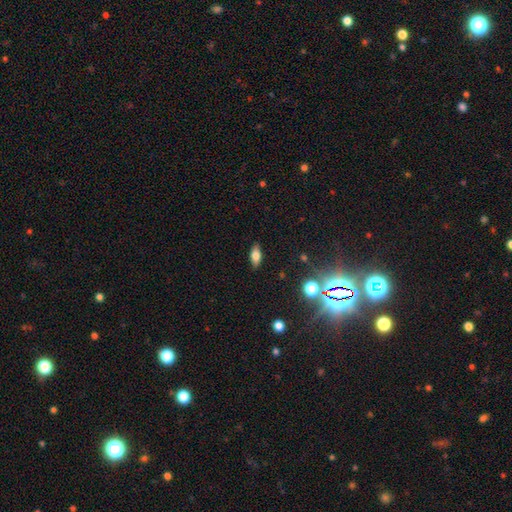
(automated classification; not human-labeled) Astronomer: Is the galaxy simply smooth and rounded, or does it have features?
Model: smooth — 68%.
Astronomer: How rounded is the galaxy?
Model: in between — 80%.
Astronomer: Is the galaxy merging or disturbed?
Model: none — 87%.